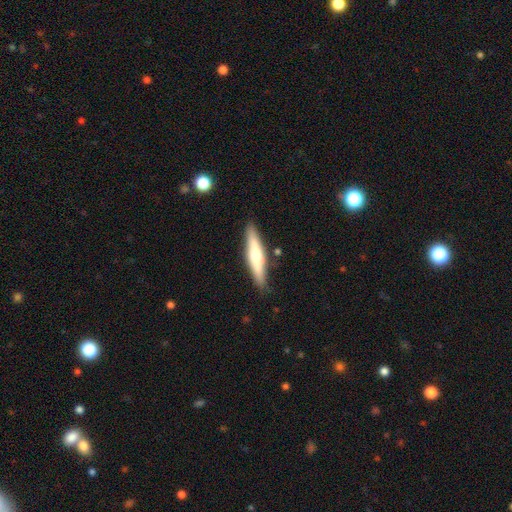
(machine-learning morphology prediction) type=smooth (52%); roundness=cigar-shaped (83%); merging=none (85%).